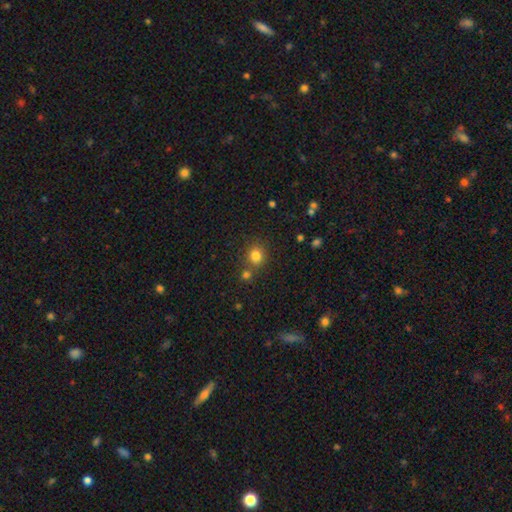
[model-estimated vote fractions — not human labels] A smooth galaxy with no disk features (80%) that is round (82%).

Vote fractions:
- Smooth or featured? smooth: 80% / star or artifact: 14% / featured or disk: 6%
- How rounded? round: 82% / in between: 17% / cigar-shaped: 1%
- Merging? none: 70% / merger: 18% / minor disturbance: 9% / major disturbance: 3%